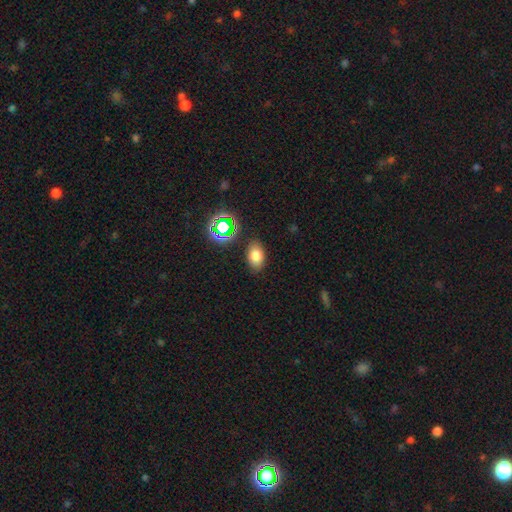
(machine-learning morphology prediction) Smooth or featured?
  - smooth: 73% *
  - star or artifact: 16%
  - featured or disk: 11%
How rounded?
  - in between: 85% *
  - round: 13%
  - cigar-shaped: 1%
Merging?
  - none: 84% *
  - minor disturbance: 10%
  - major disturbance: 3%
  - merger: 2%